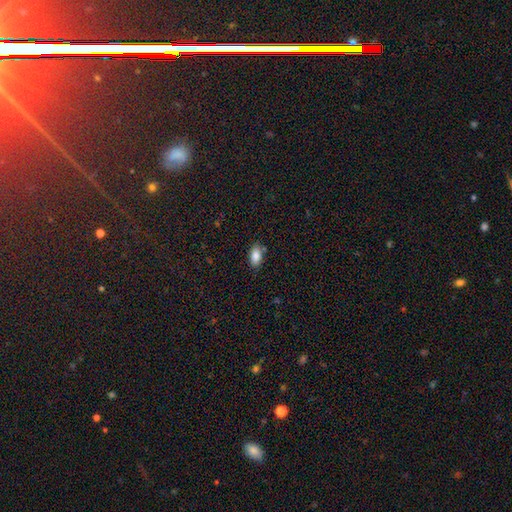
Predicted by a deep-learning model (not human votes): Q: Smooth or featured?
A: smooth (86%); runner-up: star or artifact (8%)
Q: How rounded?
A: in between (91%); runner-up: cigar-shaped (5%)
Q: Merging?
A: none (82%); runner-up: minor disturbance (12%)